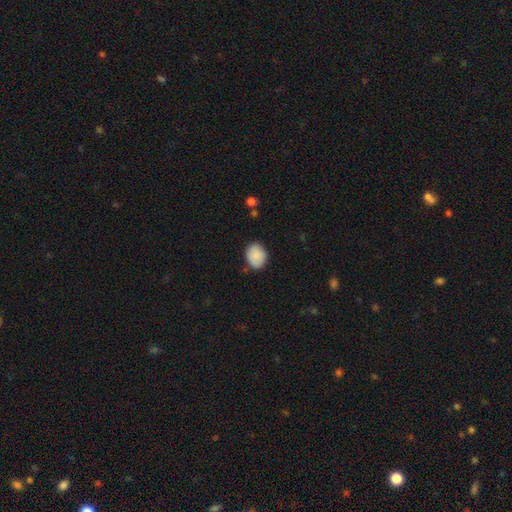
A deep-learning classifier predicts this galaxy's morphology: This appears to be a smooth galaxy with no disk features (86%) that is in between round and cigar-shaped (58%). Merging: none (75%).